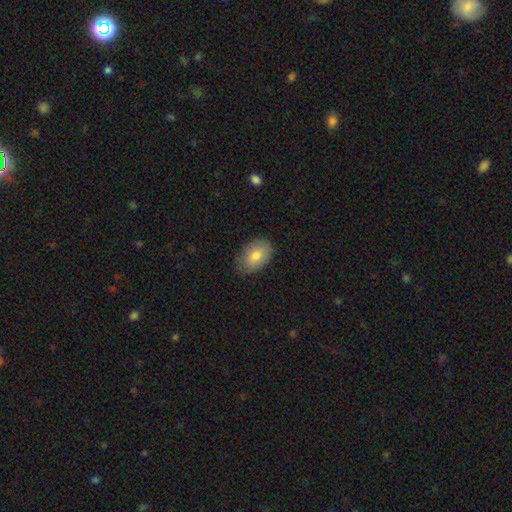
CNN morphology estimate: Smooth or featured?
  - smooth: 81% *
  - featured or disk: 13%
  - star or artifact: 7%
How rounded?
  - in between: 90% *
  - round: 9%
  - cigar-shaped: 1%
Merging?
  - none: 77% *
  - minor disturbance: 19%
  - major disturbance: 3%
  - merger: 1%